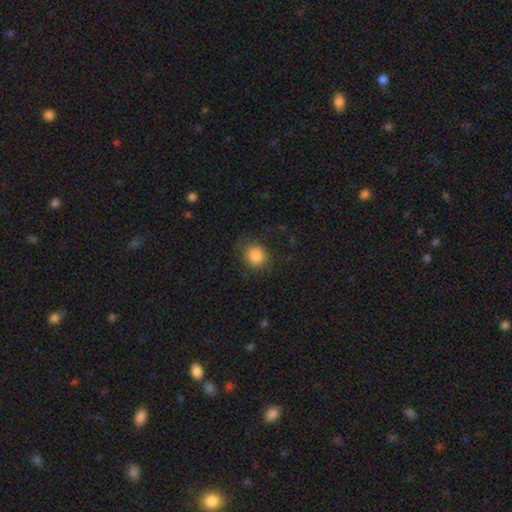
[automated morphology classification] Smooth or featured? smooth (85%)
How rounded? round (78%)
Merging? none (78%)